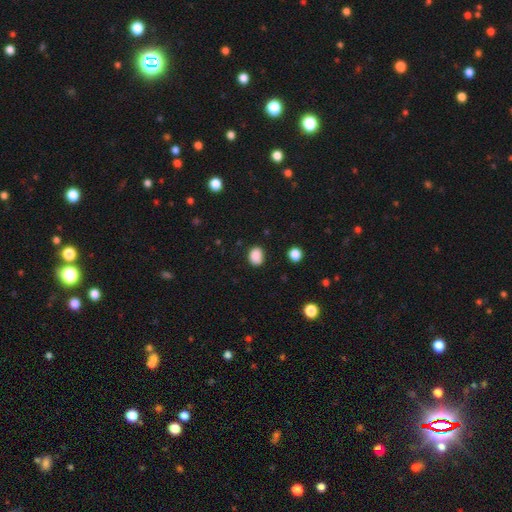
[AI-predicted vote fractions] Morphology: type=smooth (87%); roundness=in between (56%); merging=none (79%).